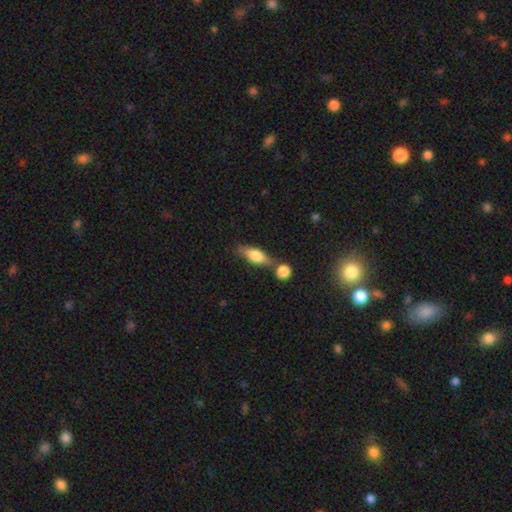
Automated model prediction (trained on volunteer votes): smooth-or-featured: smooth: 62% | featured or disk: 31% | star or artifact: 7%
  how-rounded: in between: 62% | cigar-shaped: 33% | round: 5%
  merging: none: 58% | merger: 22% | minor disturbance: 15% | major disturbance: 5%